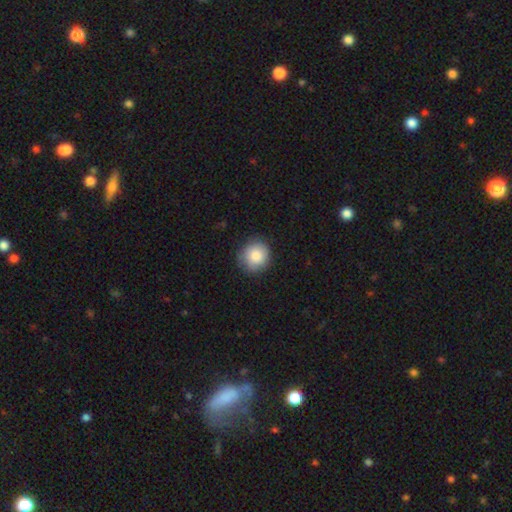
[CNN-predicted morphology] The model was most divided on "merging": none: 84%, minor disturbance: 12%, major disturbance: 3%, merger: 1%. More confident: how rounded — round (88%); smooth or featured — smooth (85%).